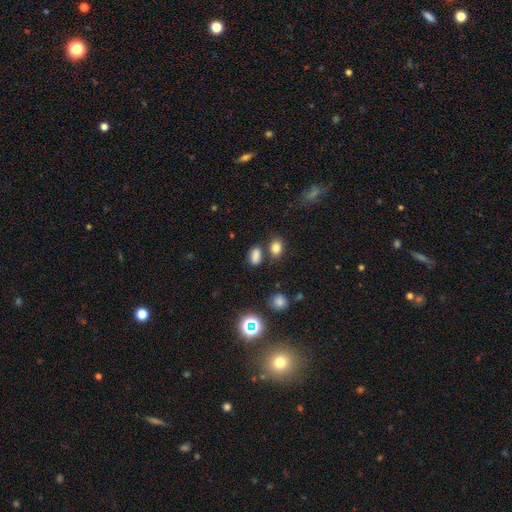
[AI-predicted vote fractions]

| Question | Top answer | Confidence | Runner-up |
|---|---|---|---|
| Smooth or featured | smooth | 77% | star or artifact (17%) |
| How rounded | in between | 81% | round (17%) |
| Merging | none | 67% | merger (15%) |